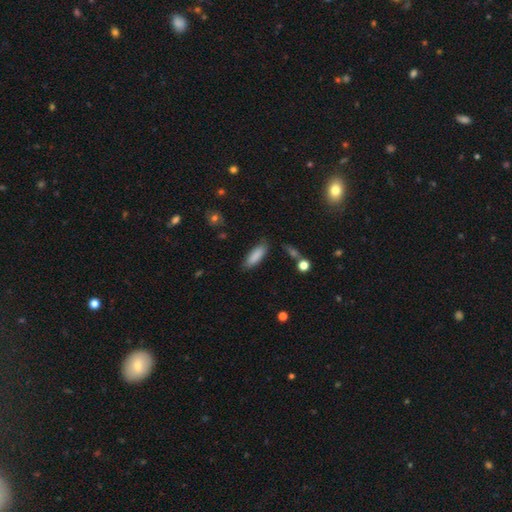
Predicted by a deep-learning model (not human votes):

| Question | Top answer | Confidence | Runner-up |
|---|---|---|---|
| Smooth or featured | smooth | 86% | featured or disk (7%) |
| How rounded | cigar-shaped | 50% | in between (48%) |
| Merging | none | 83% | minor disturbance (12%) |